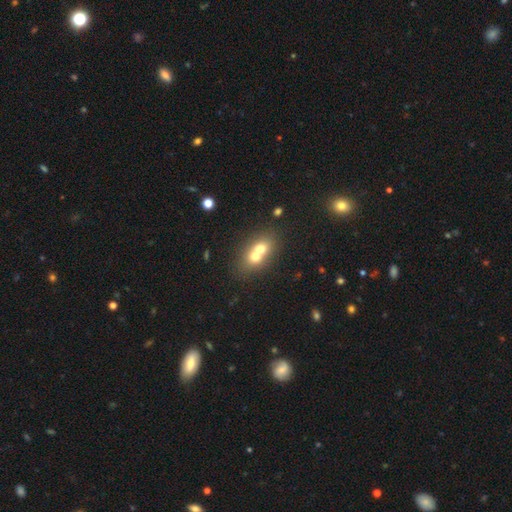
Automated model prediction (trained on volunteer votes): Overall: smooth (62%; featured or disk 26%). How rounded: in between (50%; round 47%). Merging: merger (67%).